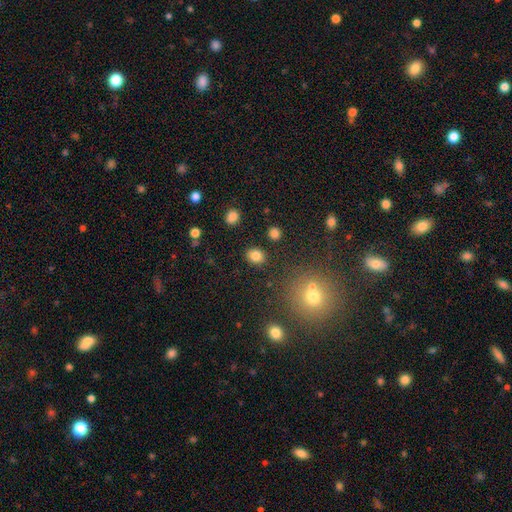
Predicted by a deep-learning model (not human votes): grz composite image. It shows a smooth galaxy with no disk features (83%) that is round (59%). Merging: none (87%).